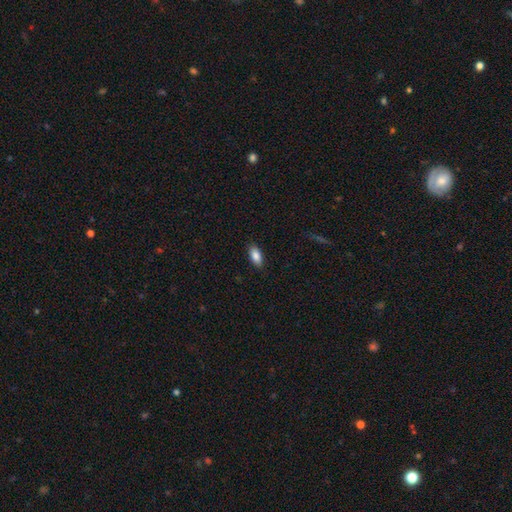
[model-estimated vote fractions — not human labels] Morphology: type=smooth (86%); roundness=in between (89%); merging=none (88%).